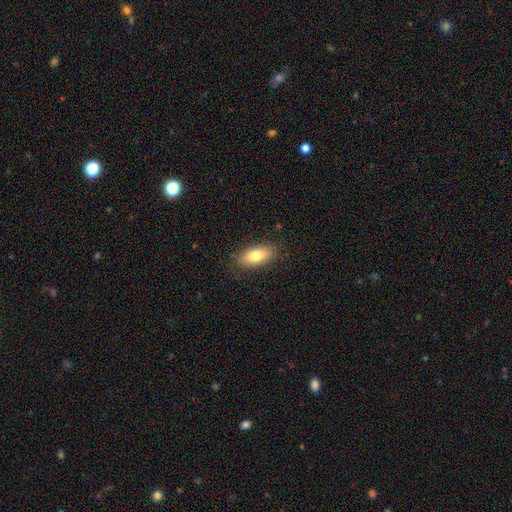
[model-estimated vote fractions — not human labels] Q: Smooth or featured?
A: smooth (77%); runner-up: featured or disk (16%)
Q: How rounded?
A: in between (86%); runner-up: cigar-shaped (11%)
Q: Merging?
A: none (84%); runner-up: minor disturbance (12%)